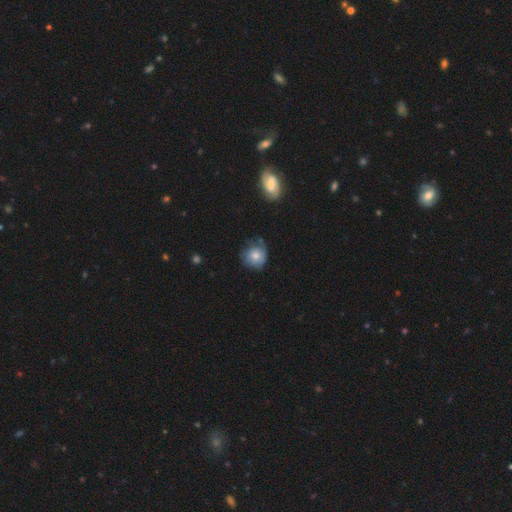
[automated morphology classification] smooth_or_featured: smooth (p=0.69) [alt: featured or disk p=0.22]
how_rounded: round (p=0.86) [alt: in between p=0.13]
merging: none (p=0.59) [alt: minor disturbance p=0.30]